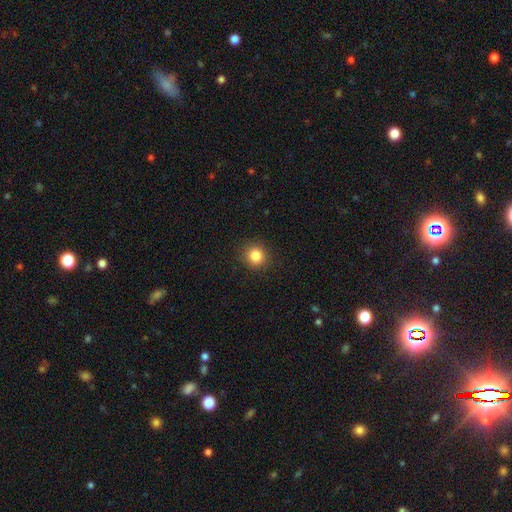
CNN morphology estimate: Smooth or featured? smooth (84%)
How rounded? round (91%)
Merging? none (91%)